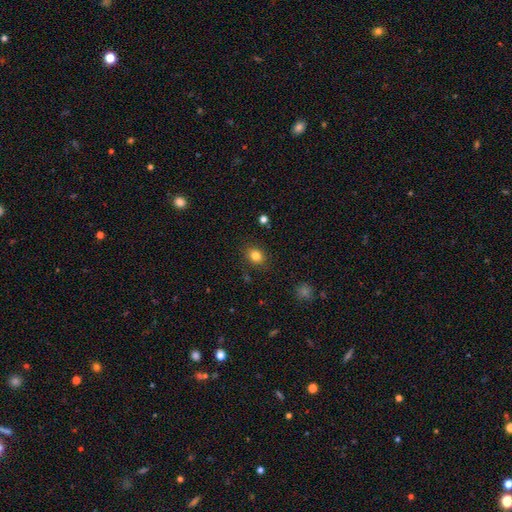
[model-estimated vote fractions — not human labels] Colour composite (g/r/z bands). It shows a smooth galaxy with no disk features (82%) that is round (58%). Merging: none (85%).